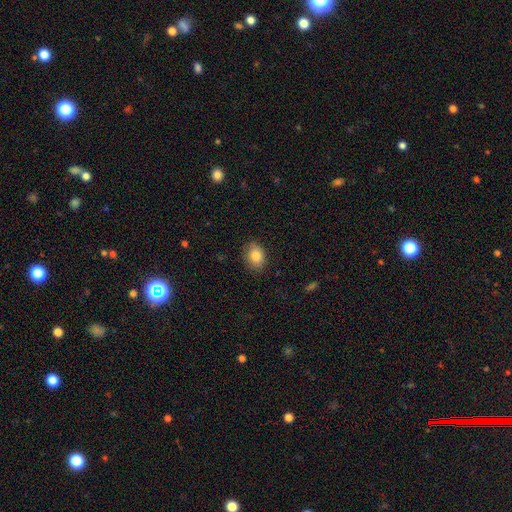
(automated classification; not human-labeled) Smooth or featured?
  - smooth: 84% *
  - star or artifact: 8%
  - featured or disk: 8%
How rounded?
  - in between: 72% *
  - round: 27%
  - cigar-shaped: 1%
Merging?
  - none: 84% *
  - minor disturbance: 12%
  - major disturbance: 3%
  - merger: 1%